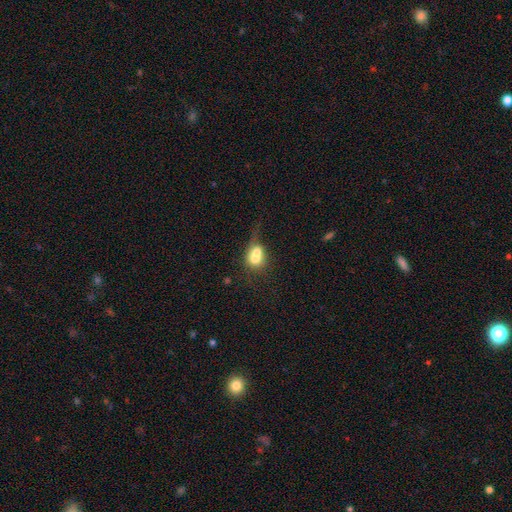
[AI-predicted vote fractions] smooth 67%, featured or disk 23%, star or artifact 10%. Down the decision tree: how rounded — in between (55%); merging — merger (55%).